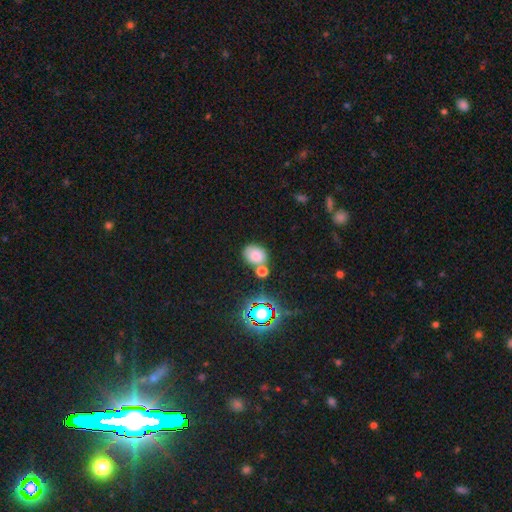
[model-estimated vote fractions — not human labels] Morphology: type=smooth (78%); roundness=in between (57%); merging=none (62%).